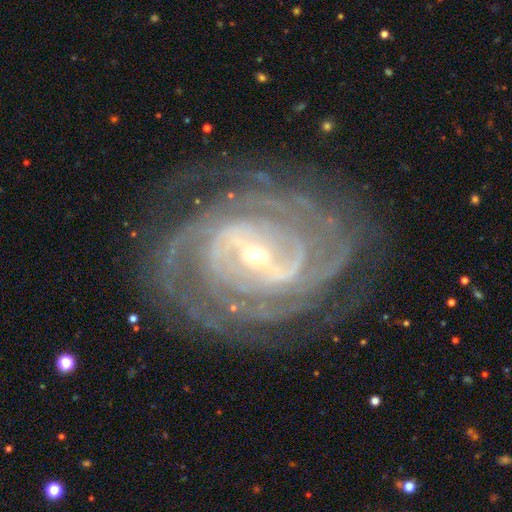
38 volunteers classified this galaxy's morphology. This is clearly a featured or disk galaxy (89%). It is clearly not viewed edge-on (97%). Bar: possibly strong (58%). Spiral arm pattern: clearly yes (100%). Spiral arm count: possibly 3 (45%). Spiral winding: likely tight (73%). Central bulge: likely small (64%). Merging: likely none (78%).